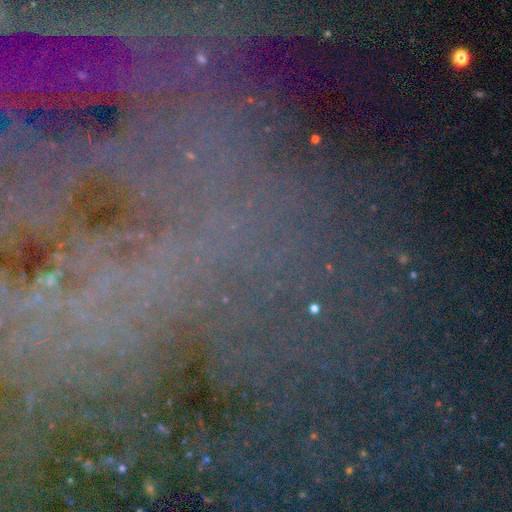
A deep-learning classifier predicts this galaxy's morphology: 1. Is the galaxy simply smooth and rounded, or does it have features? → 64% star or artifact, 24% featured or disk, 12% smooth.